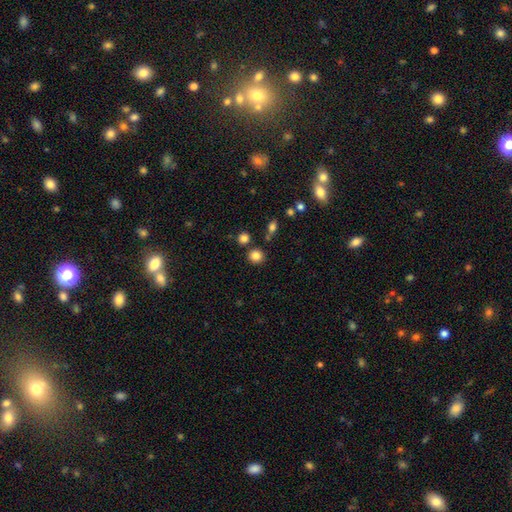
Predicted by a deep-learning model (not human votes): Morphology: type=smooth (84%); roundness=round (90%); merging=none (82%).